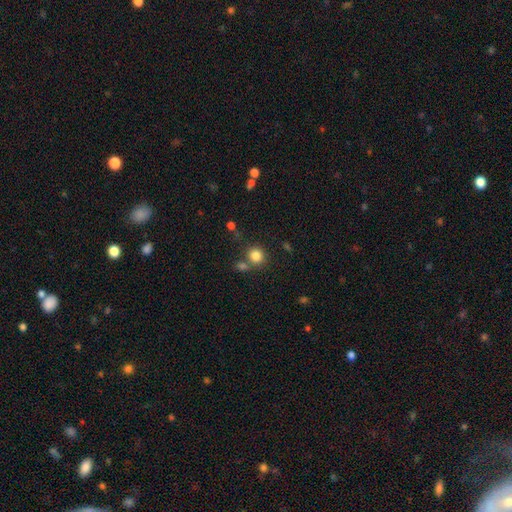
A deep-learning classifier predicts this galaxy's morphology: Smooth or featured? Predicted: smooth (p=0.82). How rounded? Predicted: round (p=0.85). Merging? Predicted: none (p=0.67).